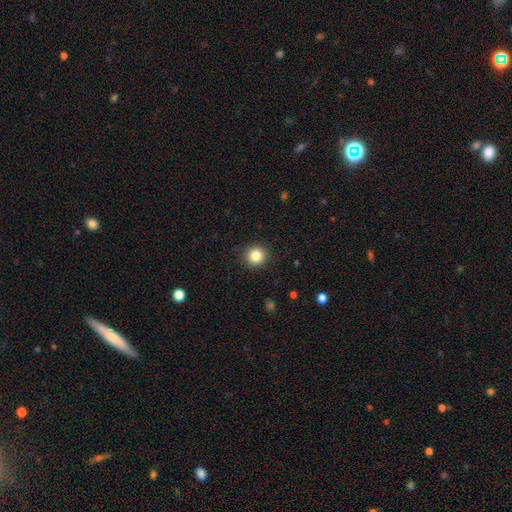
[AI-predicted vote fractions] smooth_or_featured: smooth (p=0.85) [alt: star or artifact p=0.11]
how_rounded: round (p=0.92) [alt: in between p=0.07]
merging: none (p=0.91) [alt: minor disturbance p=0.06]